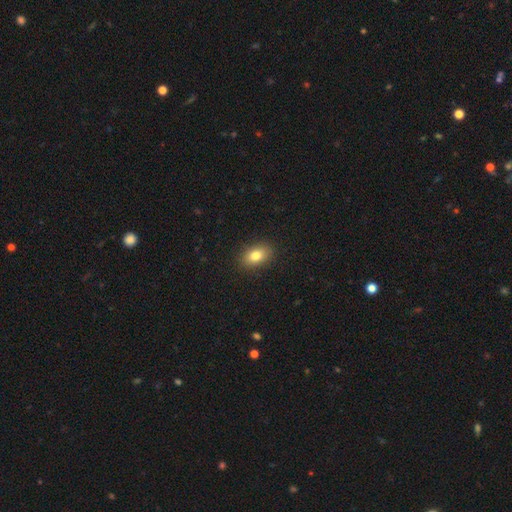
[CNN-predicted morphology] A smooth galaxy with no disk features (82%) that is in between round and cigar-shaped (83%). Merging: none (88%).